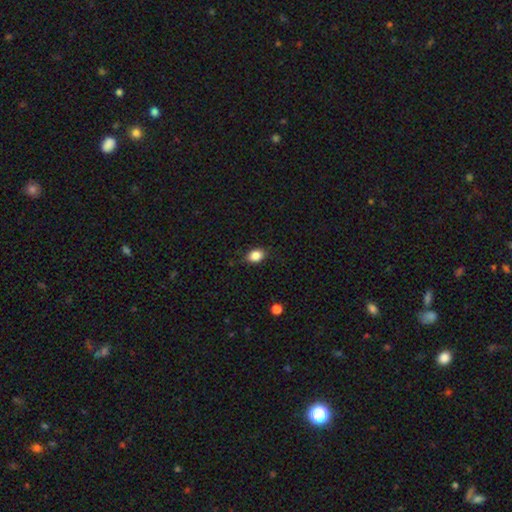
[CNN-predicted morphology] This is clearly a smooth galaxy (85%). How rounded: likely in between (70%). Merging: clearly none (84%).